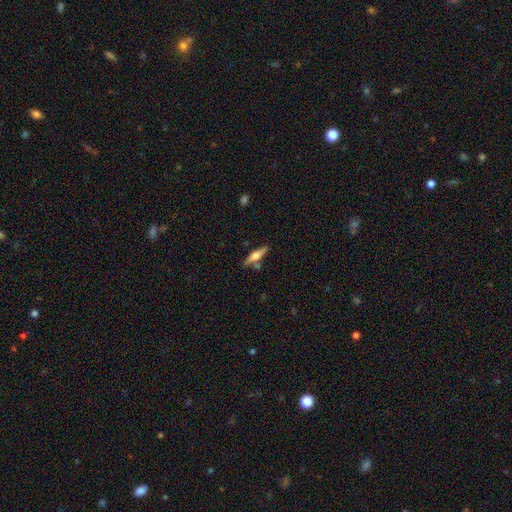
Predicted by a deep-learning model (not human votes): This is possibly a featured or disk galaxy (55%). It is clearly viewed edge-on (96%). Edge-on bulge: clearly rounded (87%). Merging: likely none (77%).